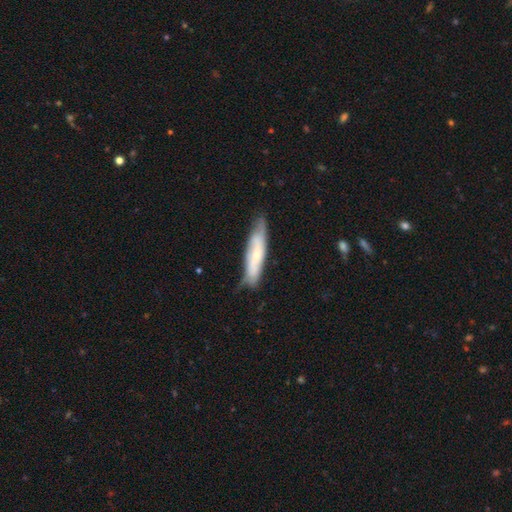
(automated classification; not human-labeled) This is possibly a smooth galaxy (49%). Merging: likely none (69%).